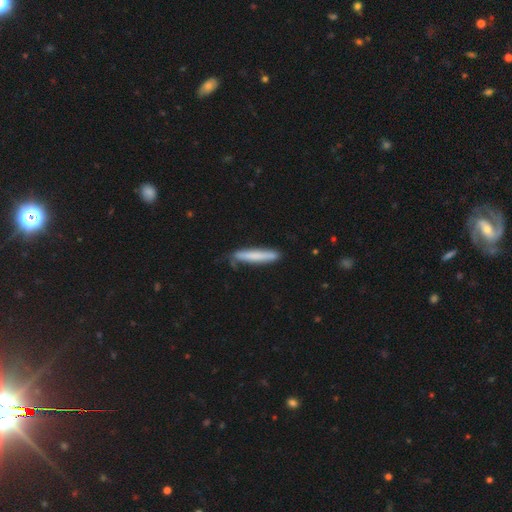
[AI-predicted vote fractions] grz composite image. It shows a smooth galaxy with no disk features (70%) that is cigar-shaped (95%). Merging: none (77%).